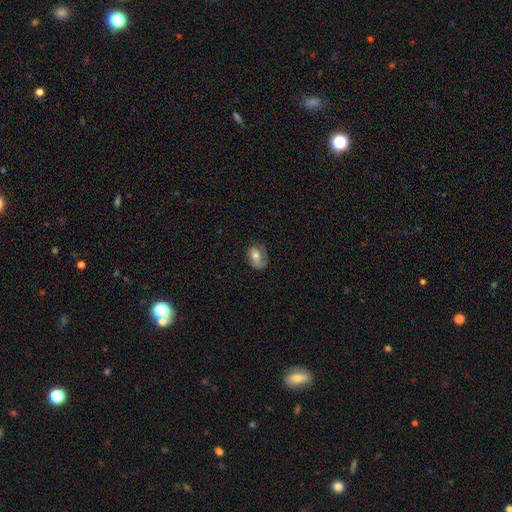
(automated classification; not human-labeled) A smooth galaxy with no disk features (54%) that is in between round and cigar-shaped (75%). Merging: none (53%).